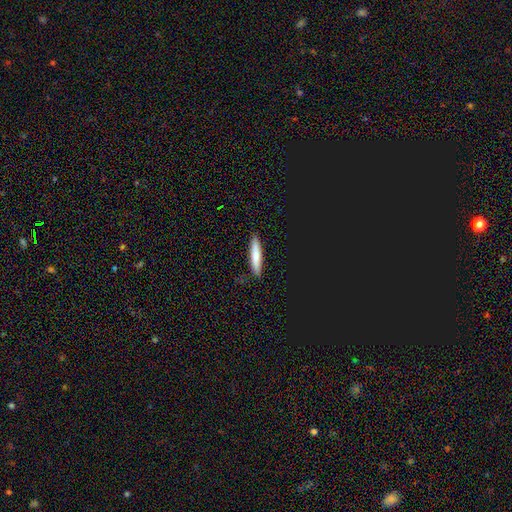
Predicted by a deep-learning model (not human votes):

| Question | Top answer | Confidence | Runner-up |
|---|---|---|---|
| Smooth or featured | smooth | 75% | featured or disk (17%) |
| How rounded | cigar-shaped | 89% | in between (10%) |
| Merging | none | 89% | minor disturbance (8%) |